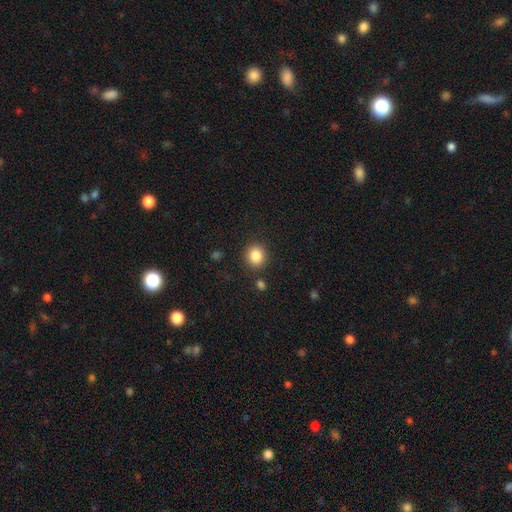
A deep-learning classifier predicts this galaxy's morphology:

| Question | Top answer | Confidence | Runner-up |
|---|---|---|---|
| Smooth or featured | smooth | 85% | star or artifact (10%) |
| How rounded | round | 85% | in between (14%) |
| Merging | none | 87% | minor disturbance (7%) |